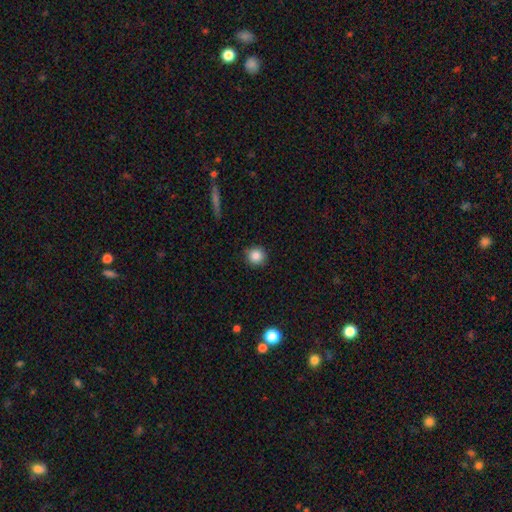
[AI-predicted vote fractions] The model was most divided on "smooth or featured": smooth: 86%, star or artifact: 10%, featured or disk: 4%. More confident: how rounded — round (94%); merging — none (89%).